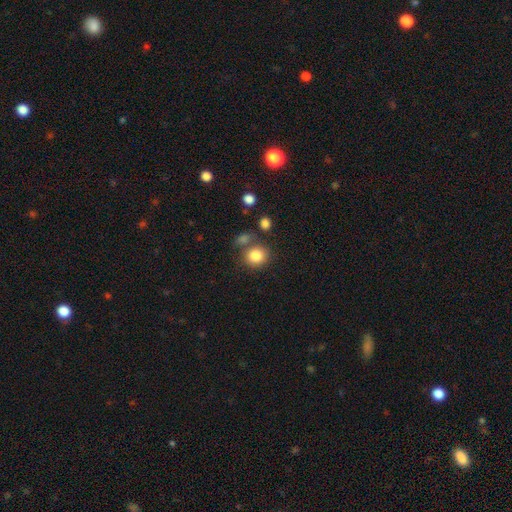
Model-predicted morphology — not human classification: This is clearly a smooth galaxy (83%). How rounded: clearly round (84%). Merging: likely none (69%).